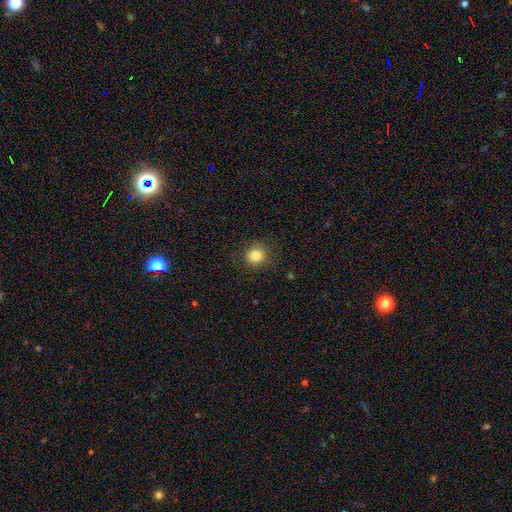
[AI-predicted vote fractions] Overall: smooth (84%). How rounded: round (90%). Merging: none (88%).